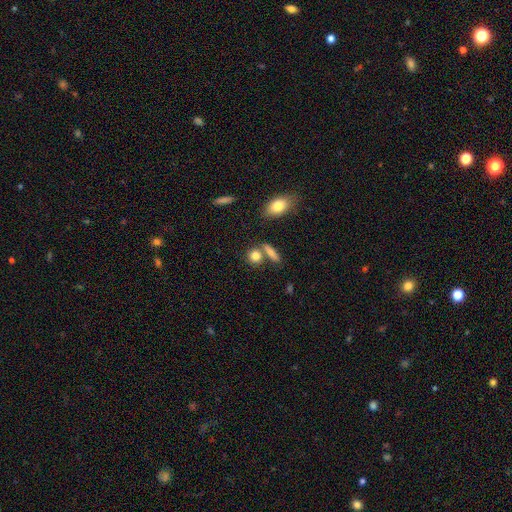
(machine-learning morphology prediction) A smooth galaxy with no disk features (80%) that is round (72%).

Vote fractions:
- Smooth or featured? smooth: 80% / featured or disk: 10% / star or artifact: 10%
- How rounded? round: 72% / in between: 22% / cigar-shaped: 6%
- Merging? none: 61% / merger: 25% / minor disturbance: 10% / major disturbance: 4%